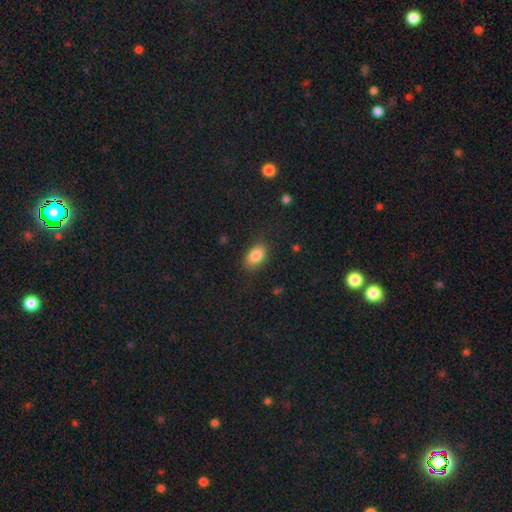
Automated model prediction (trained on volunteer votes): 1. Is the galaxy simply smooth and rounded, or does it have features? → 84% smooth, 8% star or artifact, 8% featured or disk.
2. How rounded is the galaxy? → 89% in between, 7% round, 4% cigar-shaped.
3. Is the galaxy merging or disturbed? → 82% none, 14% minor disturbance, 4% major disturbance, 1% merger.